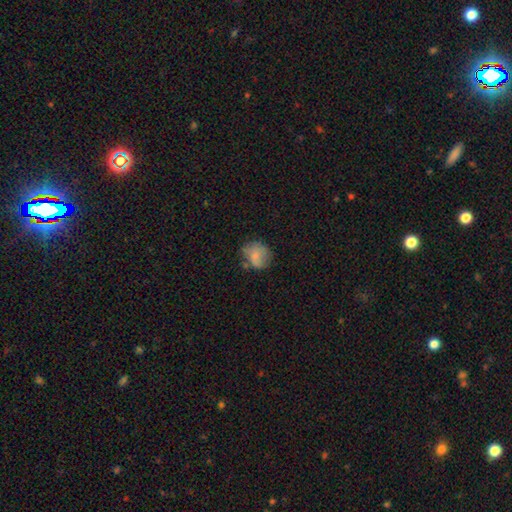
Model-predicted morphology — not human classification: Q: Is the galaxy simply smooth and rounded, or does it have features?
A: smooth — 70%.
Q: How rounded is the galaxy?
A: round — 71%.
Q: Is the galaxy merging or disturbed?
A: none — 54%.